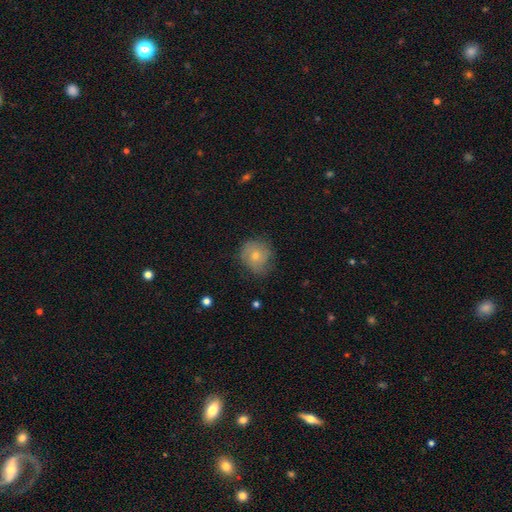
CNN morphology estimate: This is likely a smooth galaxy (63%). How rounded: clearly round (85%). Merging: likely none (68%).